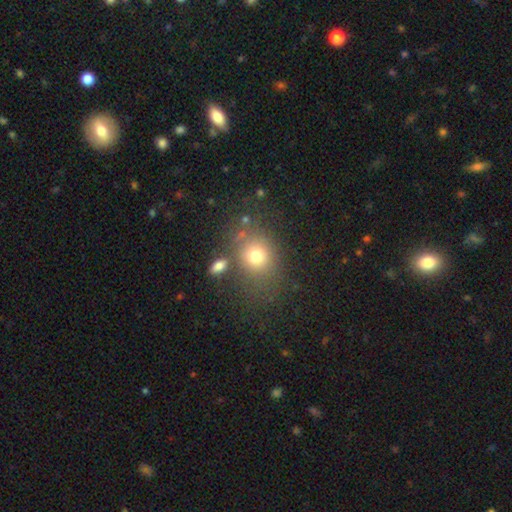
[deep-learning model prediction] Morphology: type=smooth (74%); roundness=round (58%); merging=none (67%).